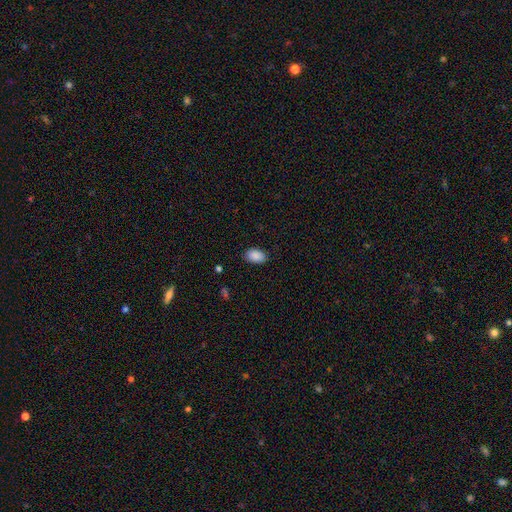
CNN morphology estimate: Smooth or featured?
  - smooth: 90% *
  - star or artifact: 7%
  - featured or disk: 3%
How rounded?
  - in between: 91% *
  - round: 8%
  - cigar-shaped: 1%
Merging?
  - none: 84% *
  - minor disturbance: 12%
  - major disturbance: 3%
  - merger: 1%